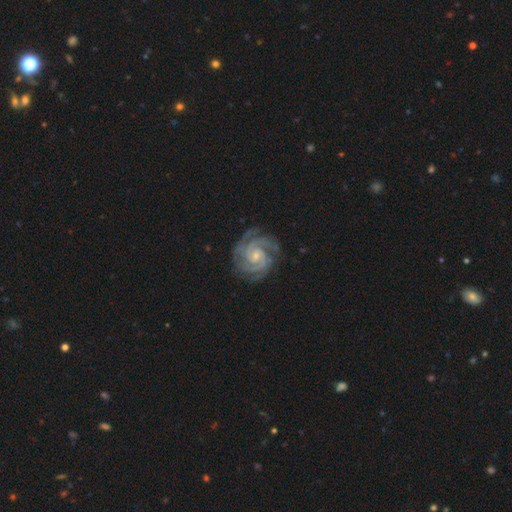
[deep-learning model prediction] The model was most divided on "spiral arm count": 3: 34%, 2: 33%, 4: 12%, can't tell: 9%, more than 4: 6%, 1: 6%. More confident: spiral arms — yes (99%); edge-on disk — no (98%); smooth or featured — featured or disk (93%); merging — none (78%); spiral winding — tight (75%); bulge size — small (70%); bar — no (58%).